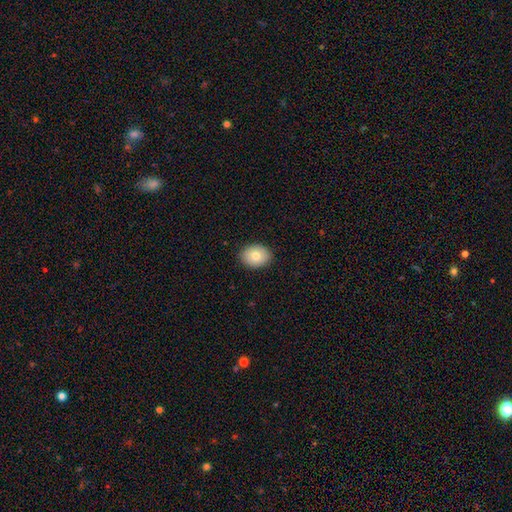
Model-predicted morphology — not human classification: Smooth or featured?
  - smooth: 79% *
  - featured or disk: 13%
  - star or artifact: 8%
How rounded?
  - in between: 60% *
  - round: 39%
  - cigar-shaped: 1%
Merging?
  - none: 89% *
  - minor disturbance: 8%
  - major disturbance: 2%
  - merger: 1%